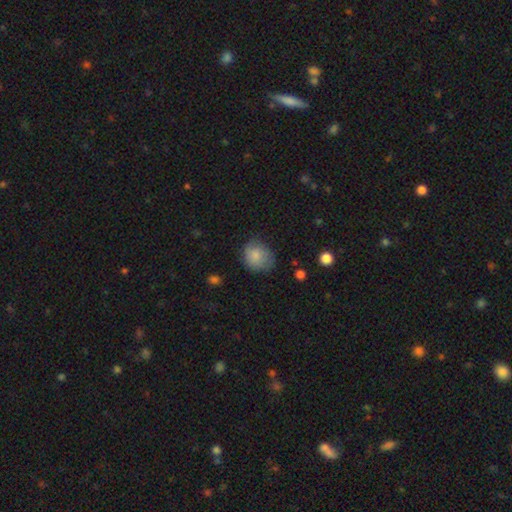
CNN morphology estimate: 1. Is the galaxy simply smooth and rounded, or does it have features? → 81% smooth, 11% featured or disk, 8% star or artifact.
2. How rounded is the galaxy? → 68% round, 31% in between, 1% cigar-shaped.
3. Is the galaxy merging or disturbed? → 64% none, 27% minor disturbance, 8% major disturbance, 1% merger.